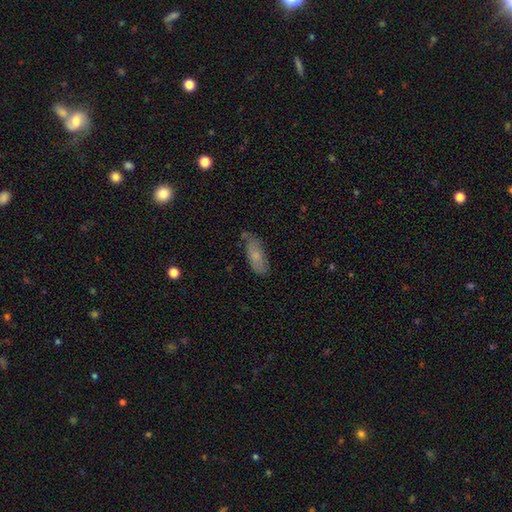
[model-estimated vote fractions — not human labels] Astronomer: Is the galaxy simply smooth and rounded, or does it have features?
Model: smooth — 70%.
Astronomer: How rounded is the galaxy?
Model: in between — 77%.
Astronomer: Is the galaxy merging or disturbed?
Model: none — 63%.